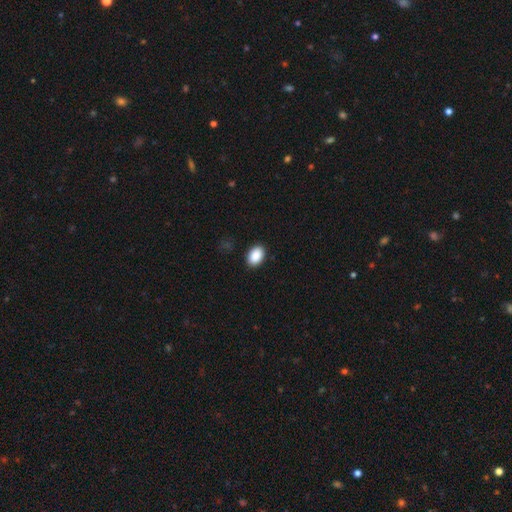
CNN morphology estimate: Smooth or featured?
  - smooth: 90% *
  - star or artifact: 7%
  - featured or disk: 3%
How rounded?
  - in between: 85% *
  - round: 13%
  - cigar-shaped: 1%
Merging?
  - none: 90% *
  - minor disturbance: 7%
  - major disturbance: 2%
  - merger: 1%